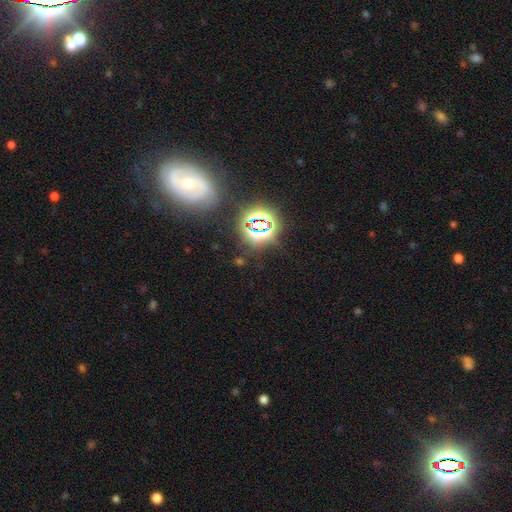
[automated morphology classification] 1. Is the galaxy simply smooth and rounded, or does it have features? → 44% star or artifact, 32% featured or disk, 24% smooth.